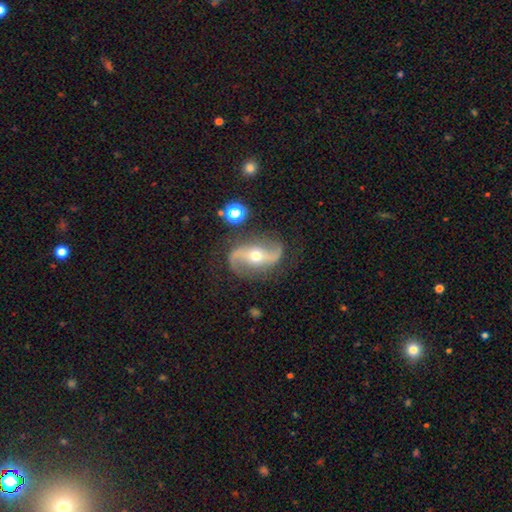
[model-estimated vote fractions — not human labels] smooth_or_featured: featured or disk (p=0.89) [alt: star or artifact p=0.06]
disk_edge_on: no (p=0.96) [alt: yes p=0.04]
bar: no (p=0.37) [alt: strong p=0.33]
has_spiral_arms: yes (p=0.96) [alt: no p=0.04]
spiral_winding: loose (p=0.70) [alt: medium p=0.24]
spiral_arm_count: 2 (p=0.93) [alt: 1 p=0.02]
bulge_size: moderate (p=0.63) [alt: small p=0.32]
merging: none (p=0.81) [alt: minor disturbance p=0.12]